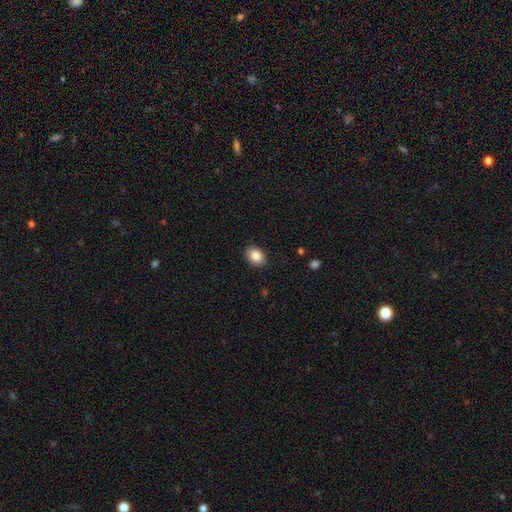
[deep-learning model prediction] Morphology: type=smooth (87%); roundness=in between (74%); merging=none (89%).